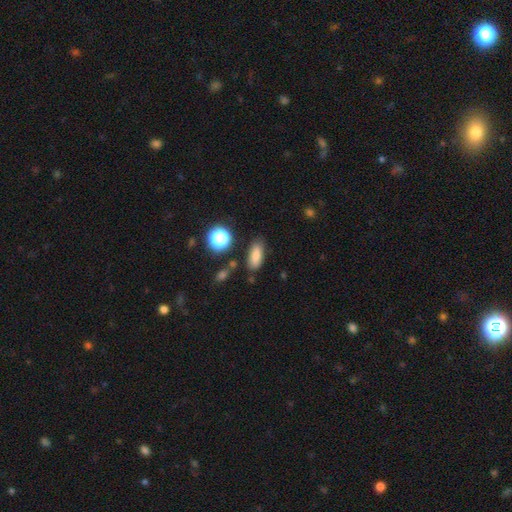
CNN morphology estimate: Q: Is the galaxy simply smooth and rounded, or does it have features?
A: smooth — 79%.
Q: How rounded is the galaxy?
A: in between — 77%.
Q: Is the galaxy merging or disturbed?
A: none — 77%.